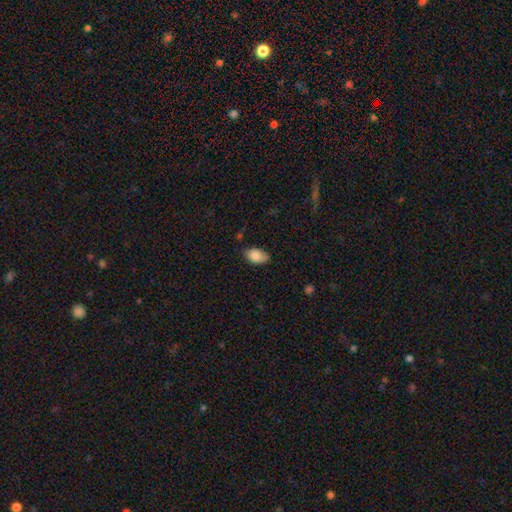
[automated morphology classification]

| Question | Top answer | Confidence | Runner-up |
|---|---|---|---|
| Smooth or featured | smooth | 86% | star or artifact (7%) |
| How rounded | in between | 92% | round (6%) |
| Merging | none | 73% | minor disturbance (22%) |